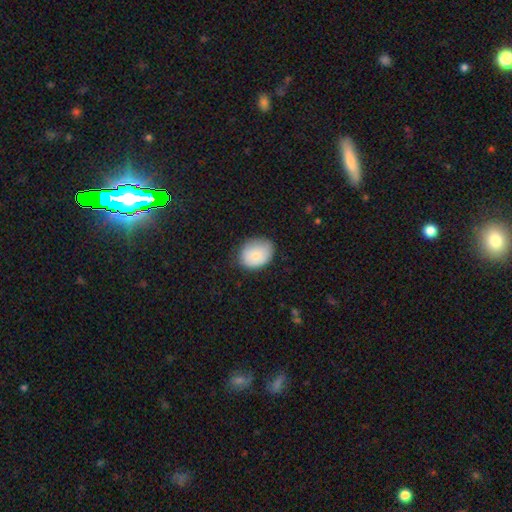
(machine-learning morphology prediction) A smooth galaxy with no disk features (78%) that is in between round and cigar-shaped (55%). Merging: none (70%).